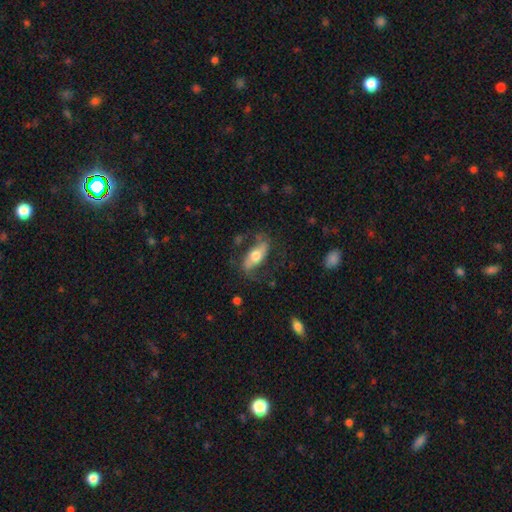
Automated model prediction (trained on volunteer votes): Smooth or featured?
  - featured or disk: 53% *
  - smooth: 41%
  - star or artifact: 6%
Edge-on disk?
  - no: 80% *
  - yes: 20%
Merging?
  - none: 64% *
  - minor disturbance: 19%
  - major disturbance: 14%
  - merger: 2%